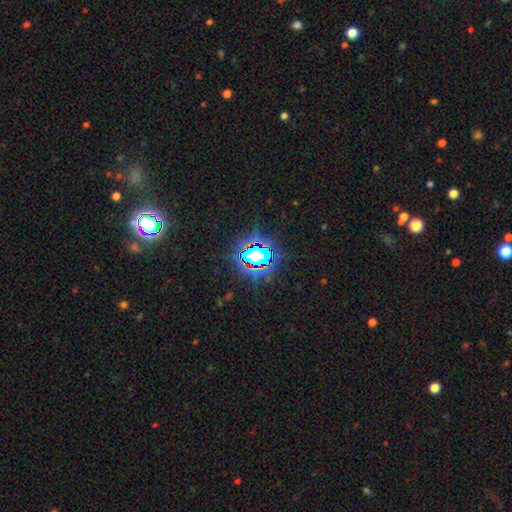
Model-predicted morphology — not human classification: star or artifact 69%, smooth 19%, featured or disk 12%.